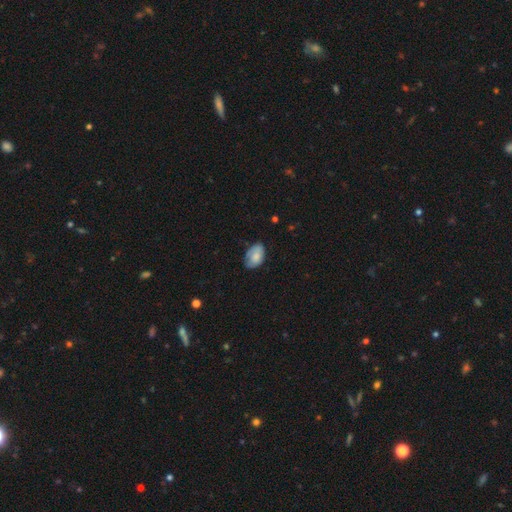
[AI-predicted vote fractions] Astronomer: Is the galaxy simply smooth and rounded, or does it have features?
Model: smooth — 74%.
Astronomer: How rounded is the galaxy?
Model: in between — 89%.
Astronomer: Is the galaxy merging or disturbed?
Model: none — 62%.